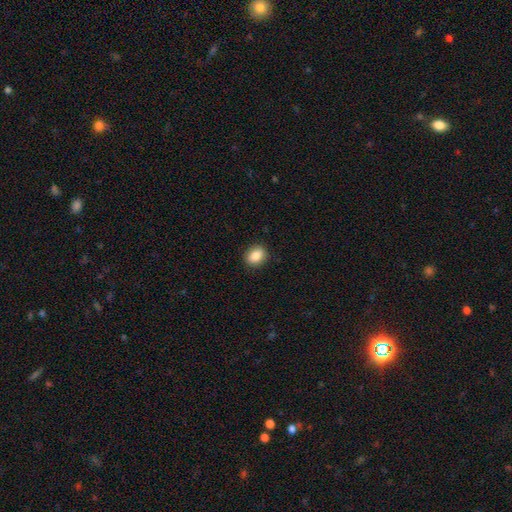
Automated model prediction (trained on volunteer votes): This appears to be a smooth galaxy with no disk features (86%) that is in between round and cigar-shaped (52%). Merging: none (89%).